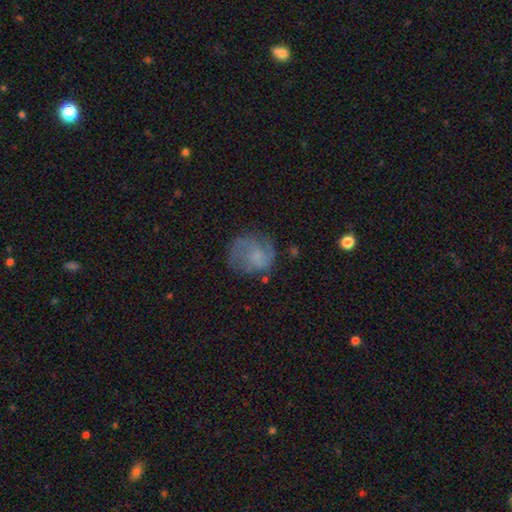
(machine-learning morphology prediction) smooth_or_featured: featured or disk (p=0.53) [alt: smooth p=0.37]
disk_edge_on: no (p=0.98) [alt: yes p=0.02]
bar: no (p=0.71) [alt: weak p=0.25]
has_spiral_arms: yes (p=0.79) [alt: no p=0.21]
bulge_size: none (p=0.53) [alt: small p=0.22]
merging: none (p=0.64) [alt: minor disturbance p=0.20]